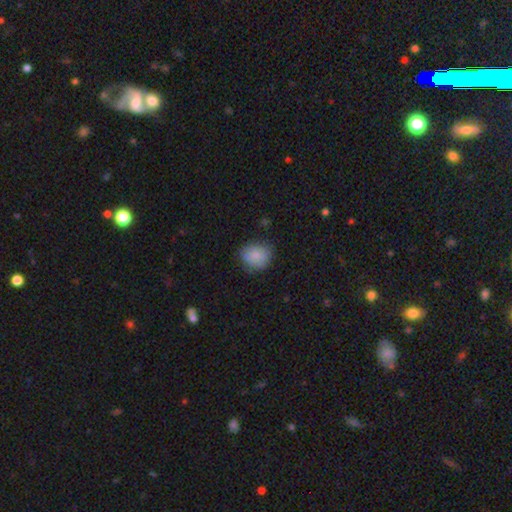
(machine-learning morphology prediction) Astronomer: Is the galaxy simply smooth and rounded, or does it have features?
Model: smooth — 81%.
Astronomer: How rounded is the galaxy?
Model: round — 66%.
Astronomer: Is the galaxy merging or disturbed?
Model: none — 70%.